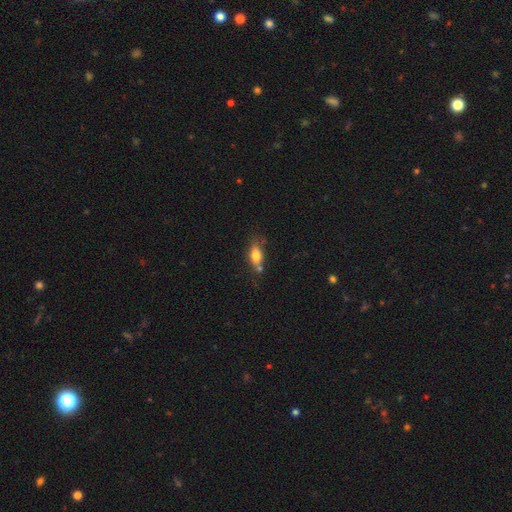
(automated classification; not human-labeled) Smooth or featured? smooth (75%)
How rounded? in between (80%)
Merging? none (56%)